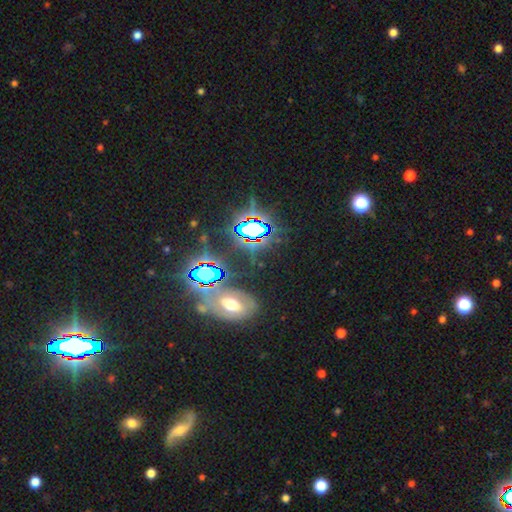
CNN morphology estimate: star or artifact 62%, smooth 24%, featured or disk 14%.